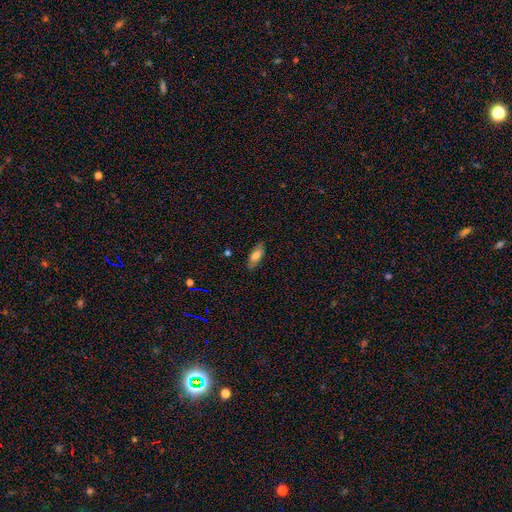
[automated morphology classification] Smooth or featured: smooth — 71% (featured or disk — 22%)
How rounded: in between — 76% (cigar-shaped — 21%)
Merging: none — 80% (minor disturbance — 15%)